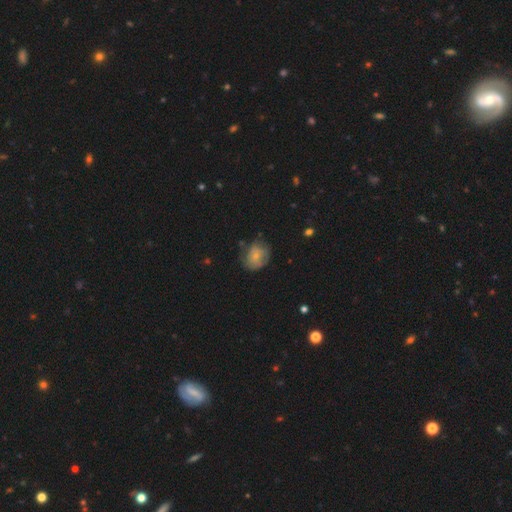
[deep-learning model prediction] Overall: smooth (58%; featured or disk 33%). How rounded: round (61%; in between 38%). Merging: none (55%; minor disturbance 29%).